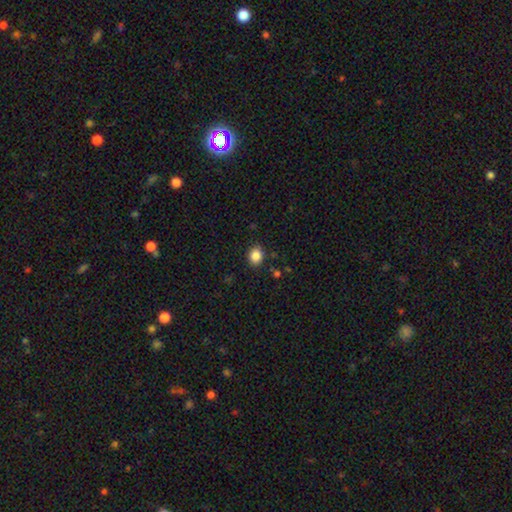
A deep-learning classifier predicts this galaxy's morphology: smooth 86%, star or artifact 10%, featured or disk 4%. Down the decision tree: how rounded — round (64%); merging — none (86%).